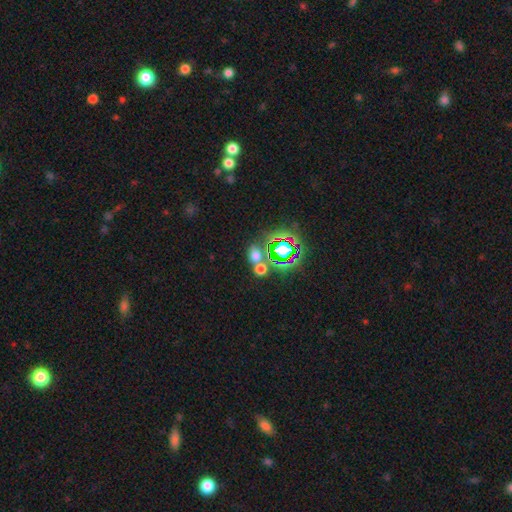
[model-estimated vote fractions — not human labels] Smooth or featured: smooth — 53% (star or artifact — 37%)
How rounded: round — 58% (in between — 40%)
Merging: none — 62% (merger — 25%)